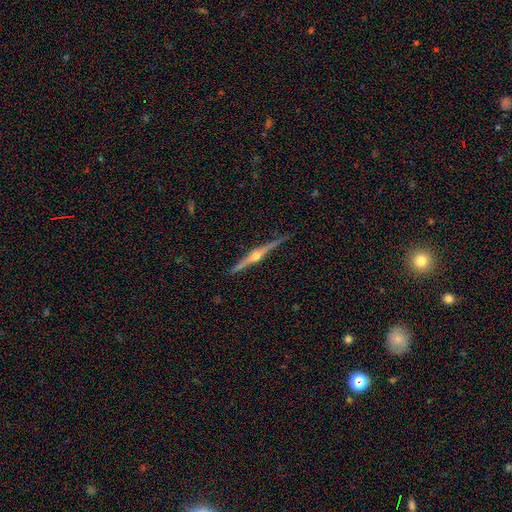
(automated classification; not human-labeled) featured or disk 84%, smooth 10%, star or artifact 6%. Down the decision tree: edge-on disk — yes (98%); edge-on bulge — rounded (92%); merging — none (91%).